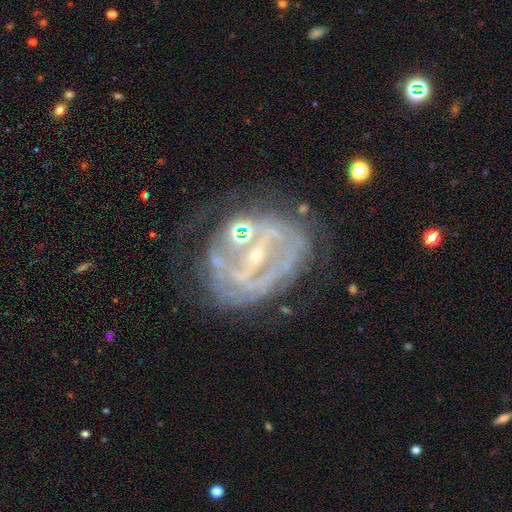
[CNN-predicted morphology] Smooth or featured: featured or disk — 85% (star or artifact — 8%)
Edge-on disk: no — 96% (yes — 4%)
Bar: strong — 51% (weak — 30%)
Spiral arms: yes — 85% (no — 15%)
Spiral winding: tight — 49% (medium — 37%)
Spiral arm count: 2 — 49% (can't tell — 25%)
Bulge size: small — 75% (moderate — 18%)
Merging: none — 53% (minor disturbance — 22%)